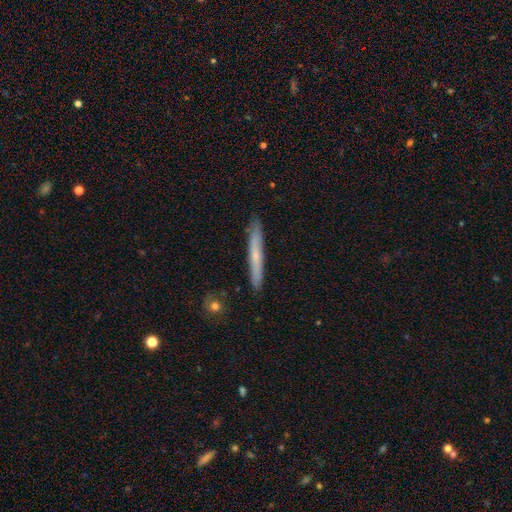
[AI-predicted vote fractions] Overall: smooth (51%; featured or disk 43%). How rounded: cigar-shaped (96%). Merging: none (89%).